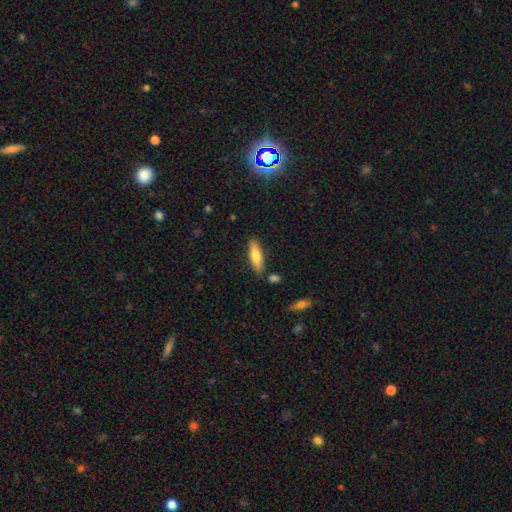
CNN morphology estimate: smooth_or_featured: smooth (p=0.68) [alt: featured or disk p=0.26]
how_rounded: cigar-shaped (p=0.54) [alt: in between p=0.44]
merging: none (p=0.83) [alt: minor disturbance p=0.11]